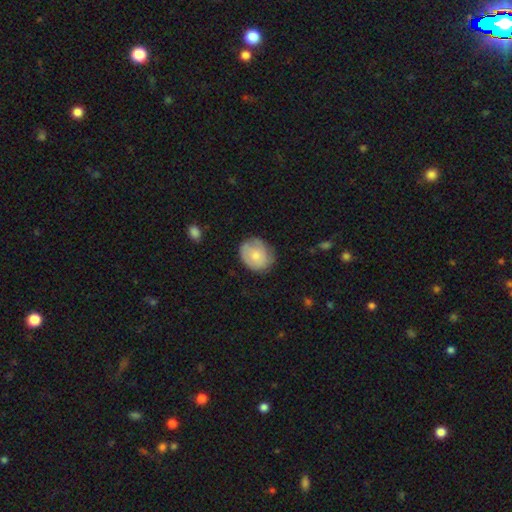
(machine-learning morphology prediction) Smooth or featured: smooth — 69% (featured or disk — 25%)
How rounded: round — 60% (in between — 40%)
Merging: none — 66% (minor disturbance — 26%)